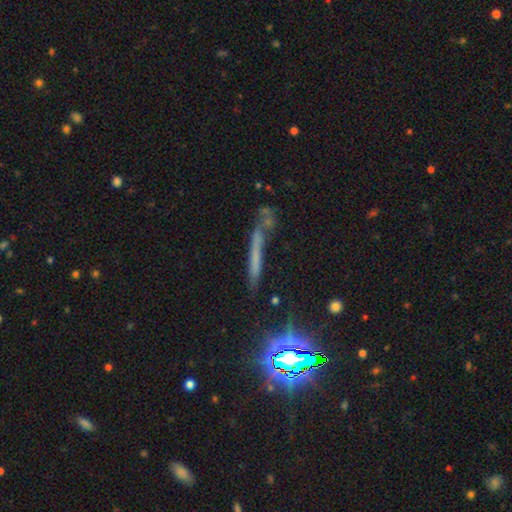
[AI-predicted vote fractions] This appears to be a smooth galaxy with no disk features (38%). Merging: none (62%).